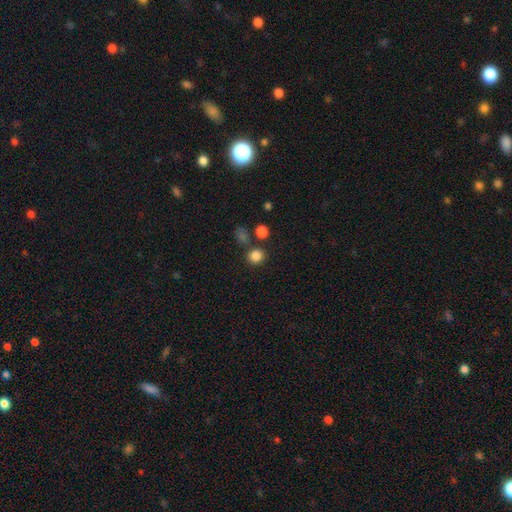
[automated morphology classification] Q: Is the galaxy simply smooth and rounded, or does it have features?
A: smooth — 83%.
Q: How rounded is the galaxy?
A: round — 83%.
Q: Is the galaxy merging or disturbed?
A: none — 77%.